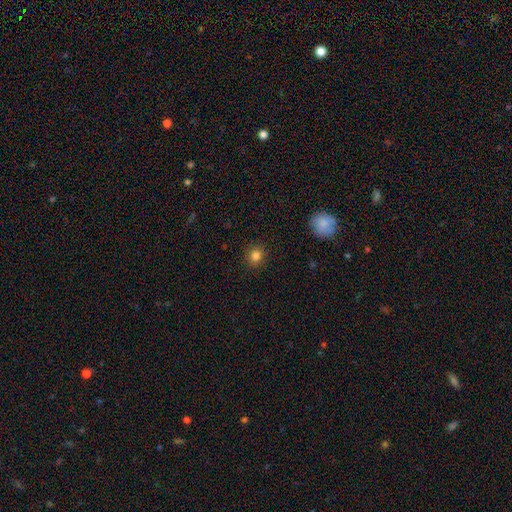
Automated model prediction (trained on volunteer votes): Morphology: type=smooth (82%); roundness=round (82%); merging=none (90%).